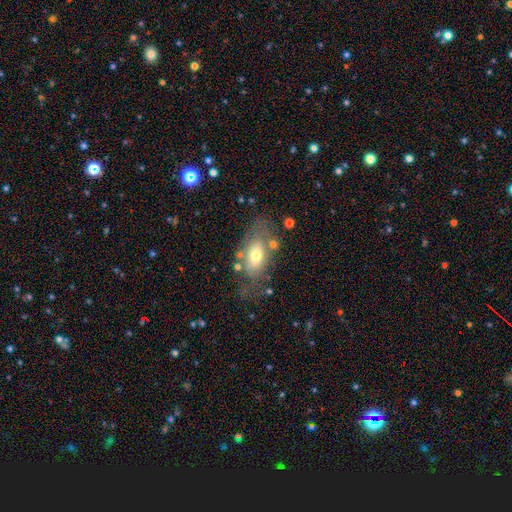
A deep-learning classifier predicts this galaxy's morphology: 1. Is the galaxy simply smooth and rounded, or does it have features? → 55% smooth, 36% featured or disk, 8% star or artifact.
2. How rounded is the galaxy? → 88% in between, 7% round, 6% cigar-shaped.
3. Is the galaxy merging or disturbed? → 60% none, 21% minor disturbance, 13% major disturbance, 7% merger.